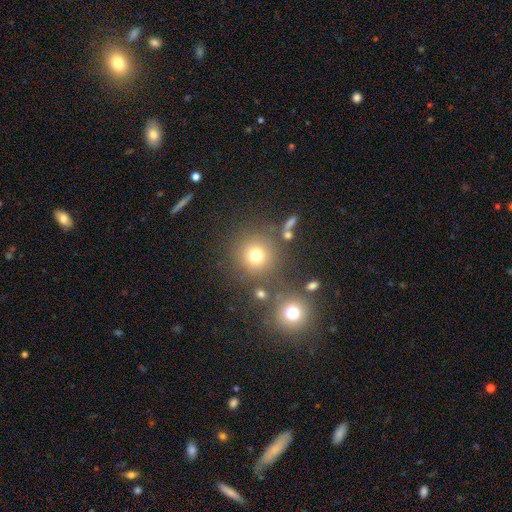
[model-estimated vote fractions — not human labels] smooth_or_featured: smooth (p=0.73) [alt: star or artifact p=0.18]
how_rounded: round (p=0.92) [alt: in between p=0.07]
merging: none (p=0.75) [alt: merger p=0.10]